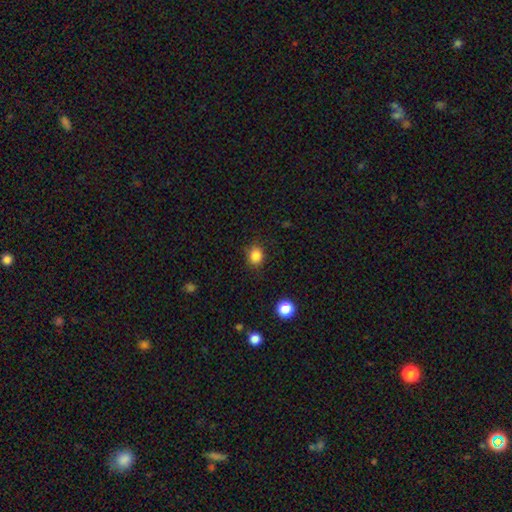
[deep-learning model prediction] A smooth galaxy with no disk features (84%) that is round (67%).

Vote fractions:
- Smooth or featured? smooth: 84% / star or artifact: 12% / featured or disk: 4%
- How rounded? round: 67% / in between: 33% / cigar-shaped: 1%
- Merging? none: 84% / minor disturbance: 12% / major disturbance: 3% / merger: 1%